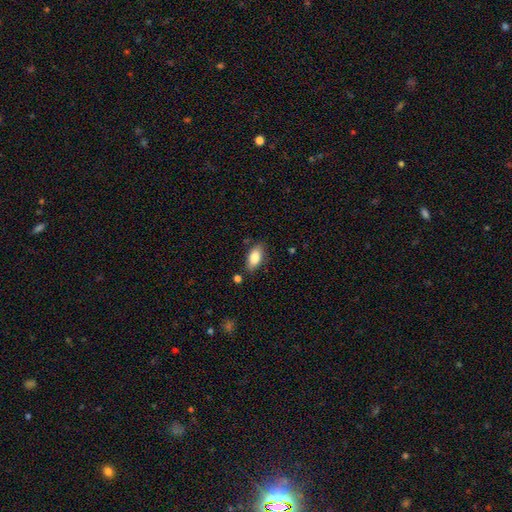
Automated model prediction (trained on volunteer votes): Overall: smooth (82%). How rounded: in between (90%). Merging: none (81%).